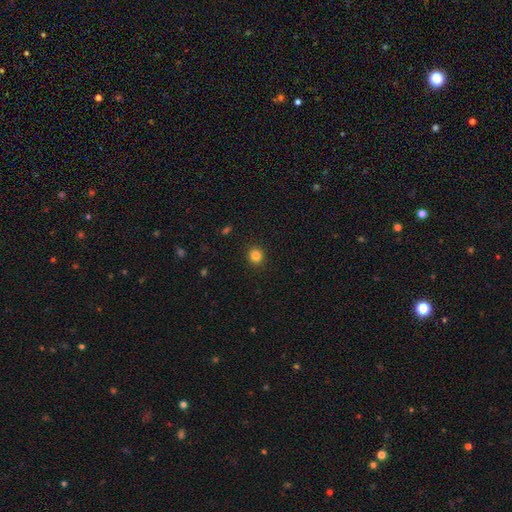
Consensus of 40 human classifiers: This appears to be a smooth galaxy with no disk features (88%) that is round (100%). Merging: none (92%).